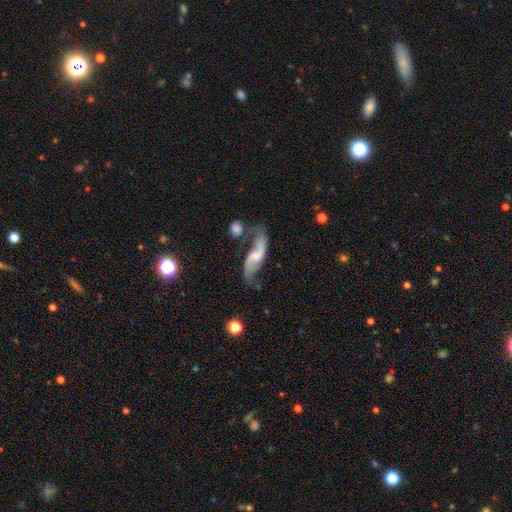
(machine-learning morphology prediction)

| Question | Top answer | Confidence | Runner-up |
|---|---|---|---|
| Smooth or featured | featured or disk | 78% | smooth (15%) |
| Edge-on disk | no | 91% | yes (9%) |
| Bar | weak | 47% | no (36%) |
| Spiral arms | yes | 92% | no (8%) |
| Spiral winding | loose | 80% | medium (15%) |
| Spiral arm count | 2 | 90% | can't tell (4%) |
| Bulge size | small | 41% | moderate (30%) |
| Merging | none | 45% | merger (21%) |